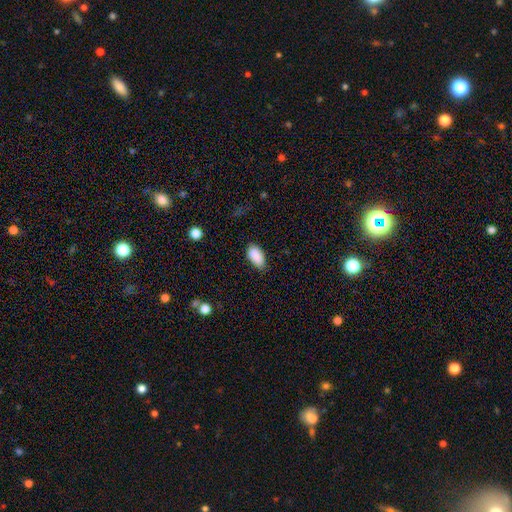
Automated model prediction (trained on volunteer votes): Smooth or featured? smooth (89%)
How rounded? in between (93%)
Merging? none (74%)